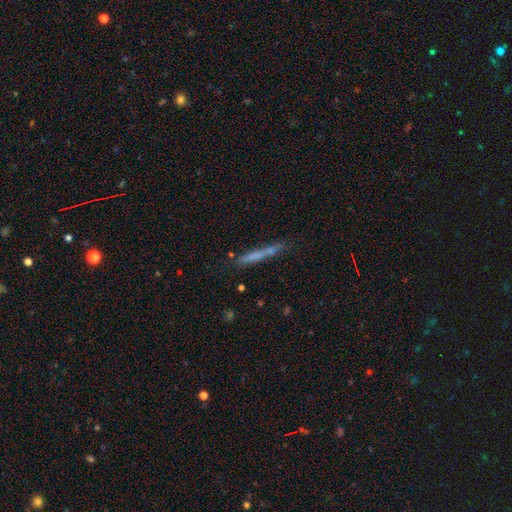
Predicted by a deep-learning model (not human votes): Overall: smooth (58%; featured or disk 34%). How rounded: cigar-shaped (95%). Merging: none (73%).